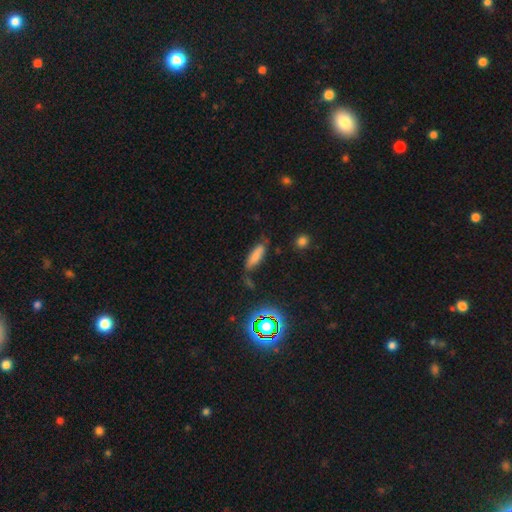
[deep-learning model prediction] A smooth galaxy with no disk features (73%) that is in between round and cigar-shaped (53%). Merging: none (62%).